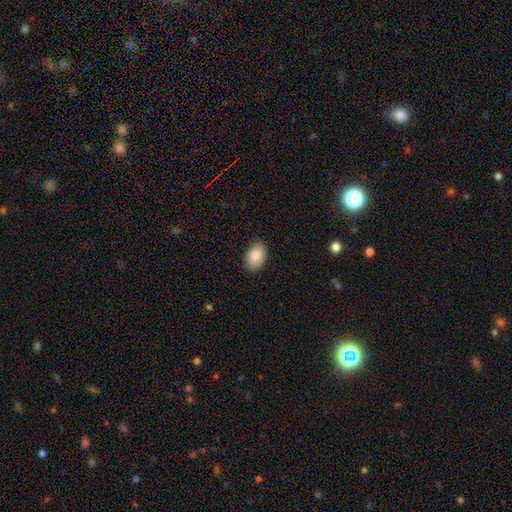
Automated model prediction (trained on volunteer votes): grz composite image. It shows a smooth galaxy with no disk features (85%) that is in between round and cigar-shaped (87%). Merging: none (89%).